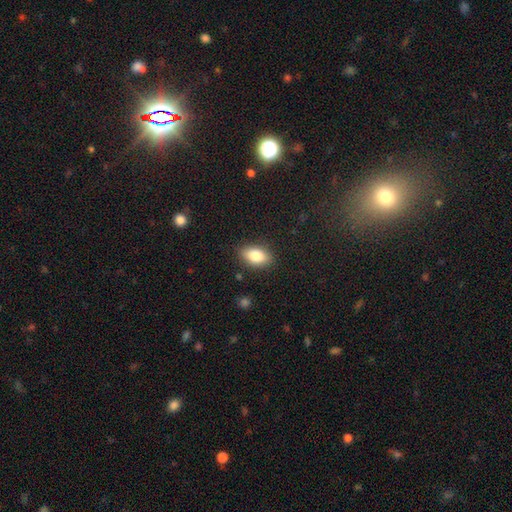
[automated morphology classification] This is clearly a smooth galaxy (84%). How rounded: clearly in between (90%). Merging: clearly none (85%).